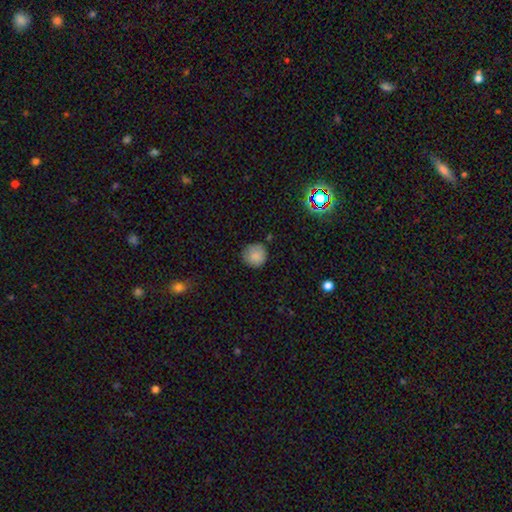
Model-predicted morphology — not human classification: Smooth or featured: smooth — 85% (star or artifact — 9%)
How rounded: round — 93% (in between — 6%)
Merging: none — 82% (minor disturbance — 14%)